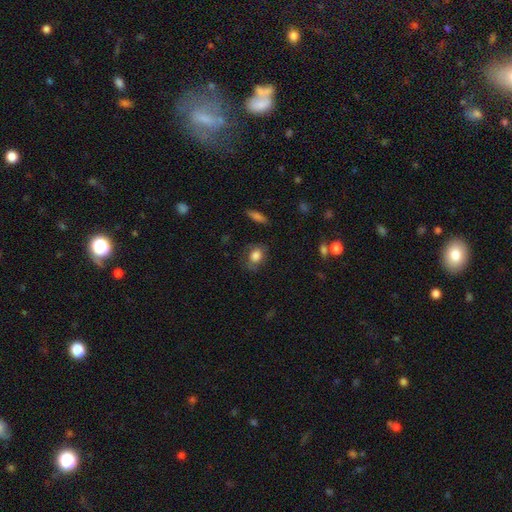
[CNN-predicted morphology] A smooth galaxy with no disk features (77%) that is in between round and cigar-shaped (60%).

Vote fractions:
- Smooth or featured? smooth: 77% / featured or disk: 14% / star or artifact: 9%
- How rounded? in between: 60% / round: 38% / cigar-shaped: 2%
- Merging? none: 69% / minor disturbance: 21% / major disturbance: 9% / merger: 2%